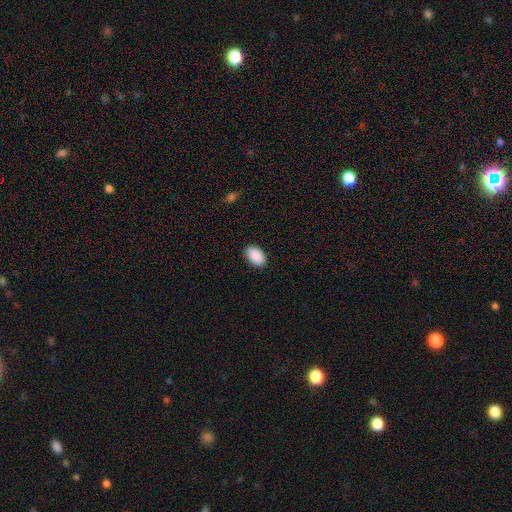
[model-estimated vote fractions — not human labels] This appears to be a smooth galaxy with no disk features (91%) that is in between round and cigar-shaped (92%). Merging: none (89%).